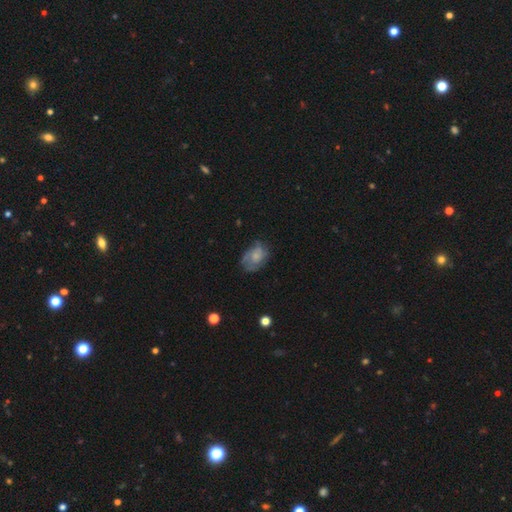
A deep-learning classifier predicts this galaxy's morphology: Smooth or featured? featured or disk (52%)
Edge-on disk? no (97%)
Merging? none (60%)